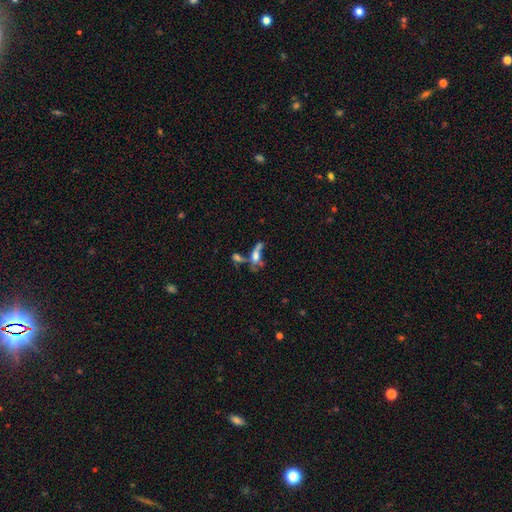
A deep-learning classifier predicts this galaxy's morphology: The model was most divided on "smooth or featured": smooth: 43%, featured or disk: 42%, star or artifact: 15%. Remaining: merging — merger (43%).